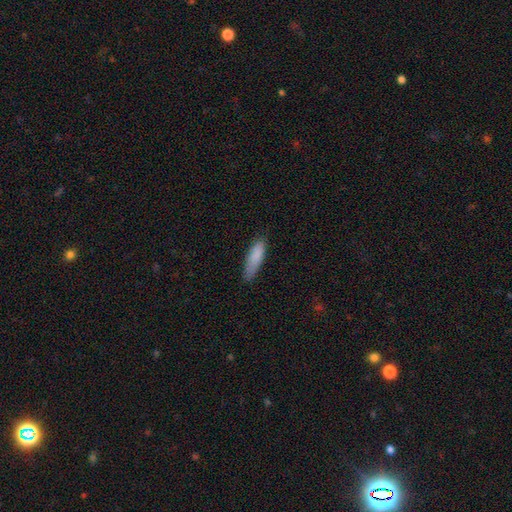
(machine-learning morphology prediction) Overall: smooth (86%). How rounded: cigar-shaped (61%; in between 38%). Merging: none (75%).